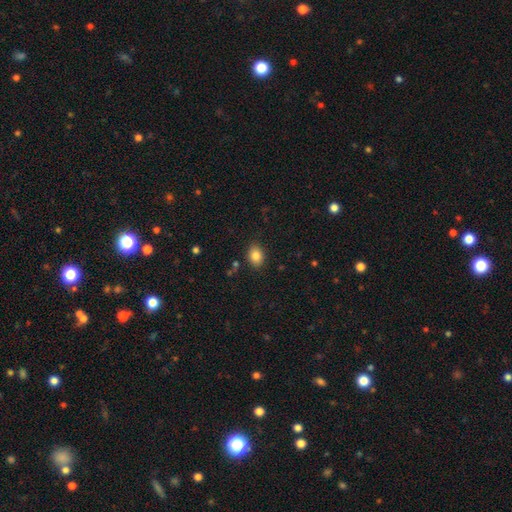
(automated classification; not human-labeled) Smooth or featured? Predicted: smooth (p=0.84). How rounded? Predicted: in between (p=0.68). Merging? Predicted: none (p=0.85).